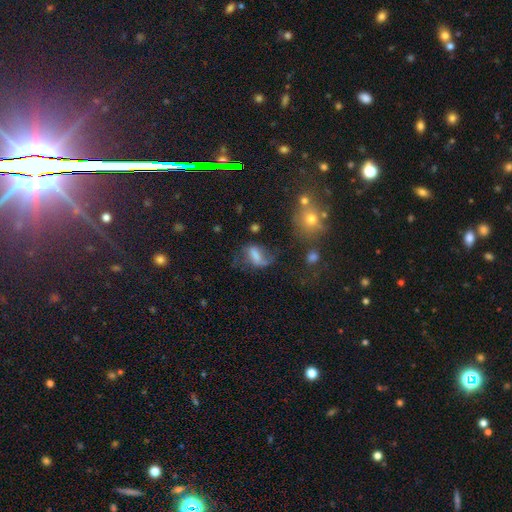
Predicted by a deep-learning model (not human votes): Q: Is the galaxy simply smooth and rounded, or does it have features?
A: smooth — 49%.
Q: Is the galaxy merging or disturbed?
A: major disturbance — 37%.